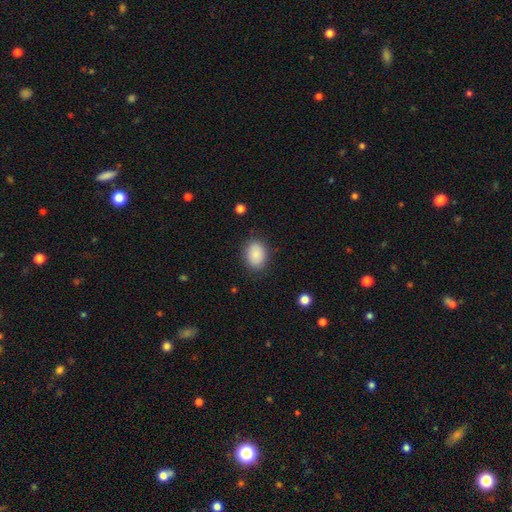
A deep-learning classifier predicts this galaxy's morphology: smooth 87%, star or artifact 7%, featured or disk 6%. Down the decision tree: how rounded — in between (72%); merging — none (85%).